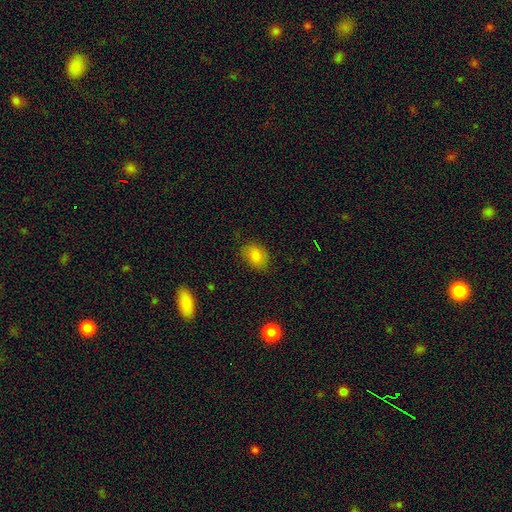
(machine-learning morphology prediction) This appears to be a smooth galaxy with no disk features (83%) that is in between round and cigar-shaped (74%). Merging: none (79%).